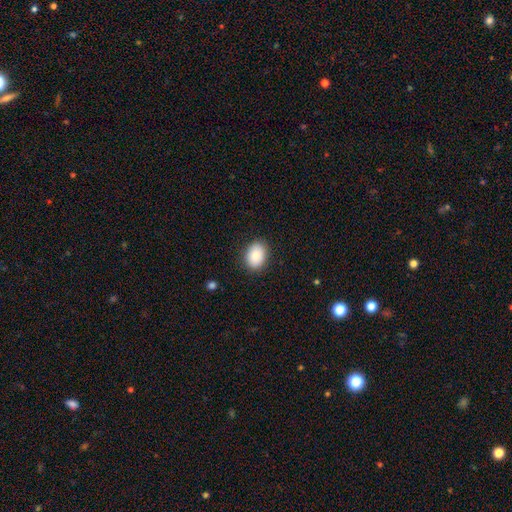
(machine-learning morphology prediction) Smooth or featured? Predicted: smooth (p=0.89). How rounded? Predicted: in between (p=0.72). Merging? Predicted: none (p=0.88).